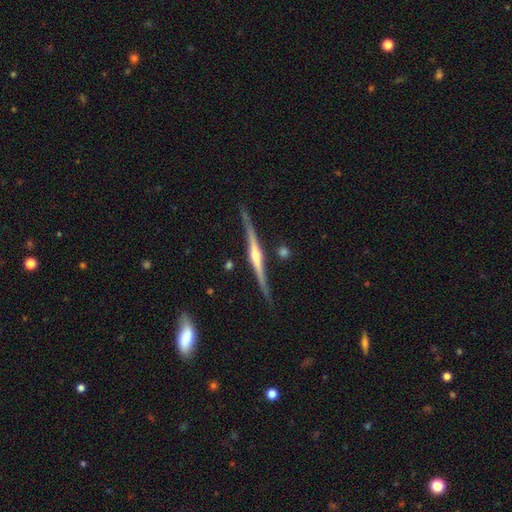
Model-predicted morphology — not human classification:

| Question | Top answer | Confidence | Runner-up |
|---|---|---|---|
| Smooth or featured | featured or disk | 84% | smooth (11%) |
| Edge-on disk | yes | 98% | no (2%) |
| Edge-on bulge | rounded | 86% | none (8%) |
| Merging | none | 85% | minor disturbance (11%) |